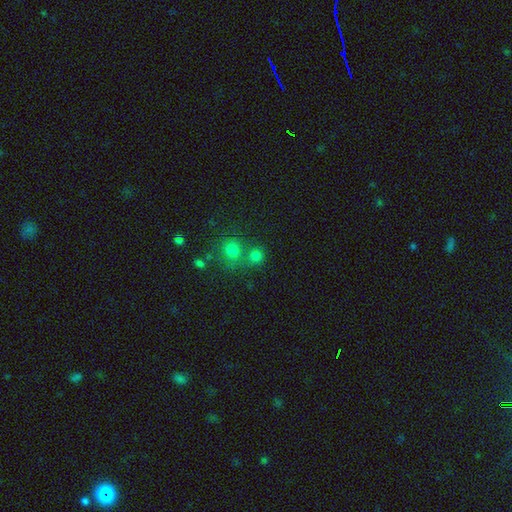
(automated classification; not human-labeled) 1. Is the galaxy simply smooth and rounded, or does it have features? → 75% smooth, 17% star or artifact, 8% featured or disk.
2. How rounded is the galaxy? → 87% round, 12% in between, 1% cigar-shaped.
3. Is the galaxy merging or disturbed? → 54% none, 35% merger, 7% minor disturbance, 3% major disturbance.